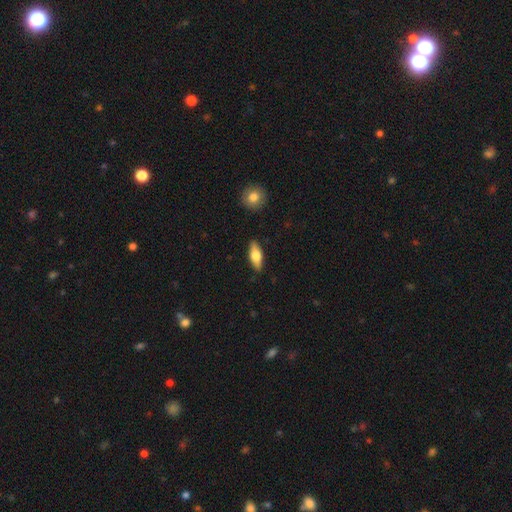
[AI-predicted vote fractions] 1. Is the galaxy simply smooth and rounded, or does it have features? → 63% smooth, 31% featured or disk, 6% star or artifact.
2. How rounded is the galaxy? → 73% in between, 24% cigar-shaped, 3% round.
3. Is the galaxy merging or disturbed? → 87% none, 10% minor disturbance, 2% major disturbance, 1% merger.